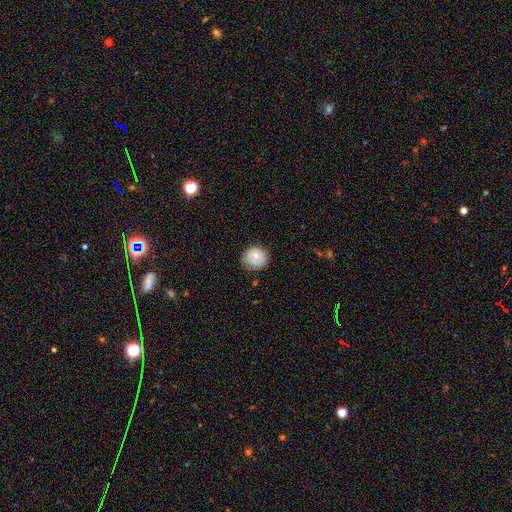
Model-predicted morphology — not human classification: This appears to be a smooth galaxy with no disk features (65%) that is round (82%). Merging: none (73%).